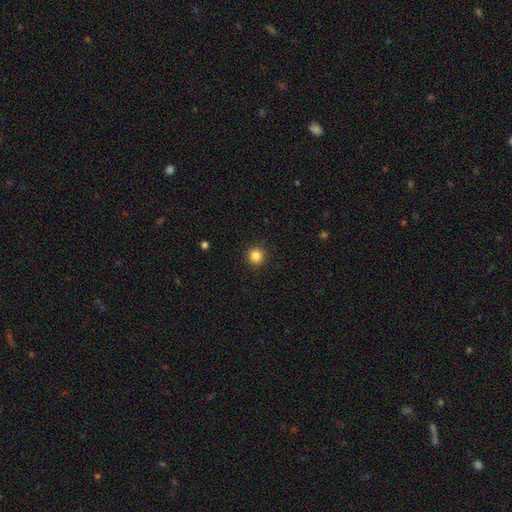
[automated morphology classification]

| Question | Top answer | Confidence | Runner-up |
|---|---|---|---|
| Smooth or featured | smooth | 85% | star or artifact (11%) |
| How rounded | round | 93% | in between (6%) |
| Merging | none | 91% | minor disturbance (6%) |